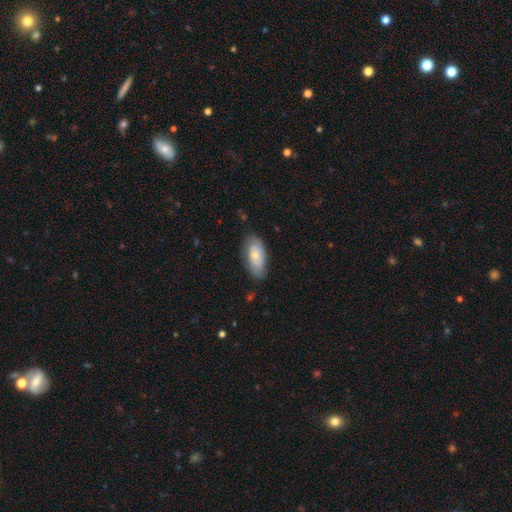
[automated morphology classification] A smooth galaxy with no disk features (68%) that is in between round and cigar-shaped (90%). Merging: none (71%).